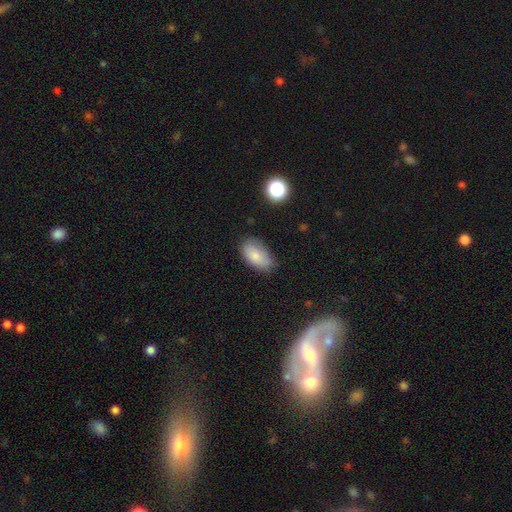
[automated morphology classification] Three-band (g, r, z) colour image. It shows a smooth galaxy with no disk features (82%) that is in between round and cigar-shaped (93%). Merging: none (77%).